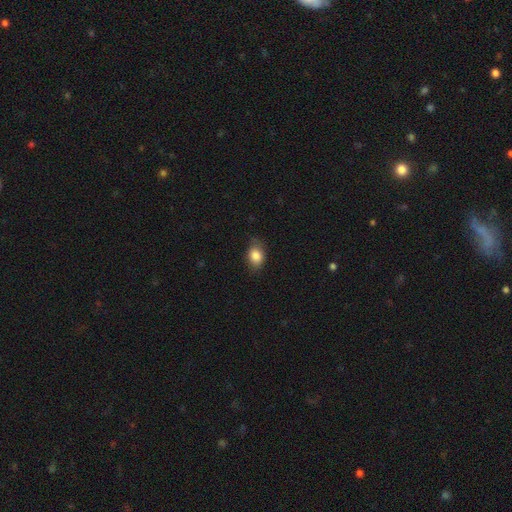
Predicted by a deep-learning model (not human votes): Smooth or featured: smooth — 84% (star or artifact — 8%)
How rounded: in between — 72% (round — 27%)
Merging: none — 73% (minor disturbance — 21%)